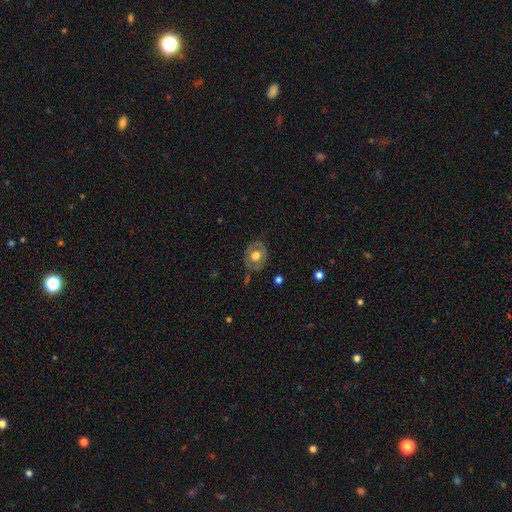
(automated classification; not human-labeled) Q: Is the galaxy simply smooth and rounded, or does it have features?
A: smooth — 51%.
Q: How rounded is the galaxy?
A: round — 56%.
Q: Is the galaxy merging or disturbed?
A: none — 74%.